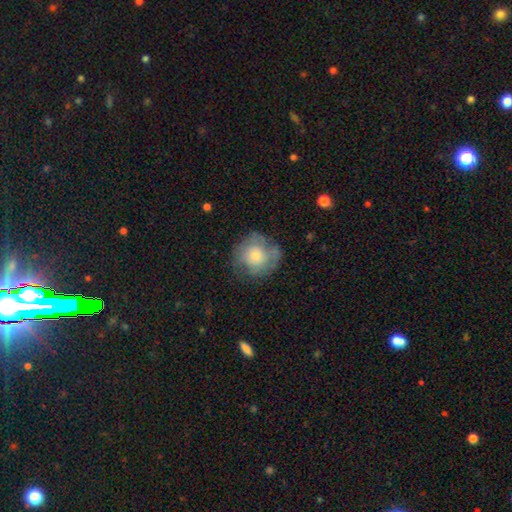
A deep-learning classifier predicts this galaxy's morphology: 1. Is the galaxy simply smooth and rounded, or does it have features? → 64% smooth, 28% featured or disk, 8% star or artifact.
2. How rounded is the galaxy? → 89% round, 10% in between, 1% cigar-shaped.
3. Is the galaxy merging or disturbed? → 65% none, 22% minor disturbance, 11% major disturbance, 2% merger.